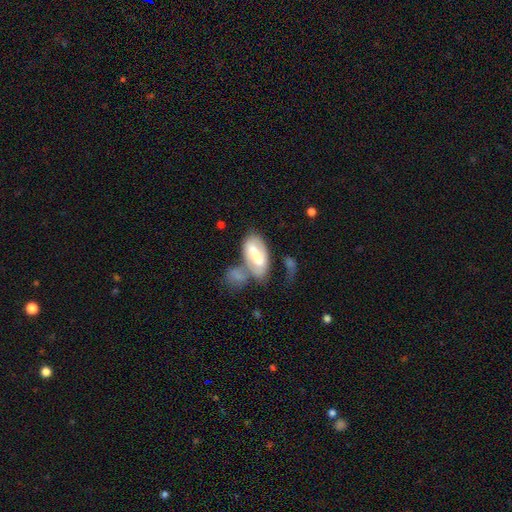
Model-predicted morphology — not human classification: Smooth or featured: featured or disk — 51% (smooth — 42%)
Edge-on disk: no — 91% (yes — 9%)
Merging: merger — 36% (none — 26%)